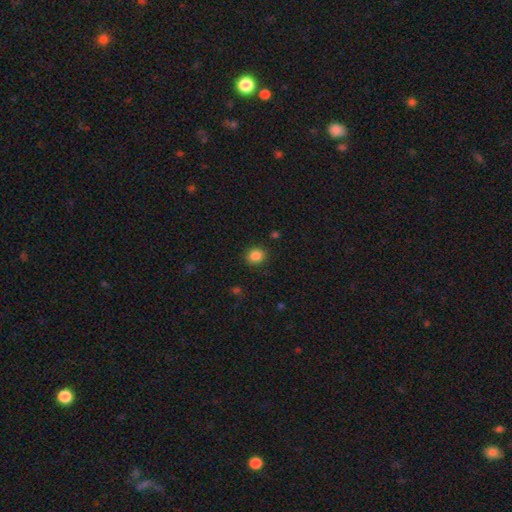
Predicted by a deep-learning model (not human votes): Smooth or featured? smooth (86%)
How rounded? round (78%)
Merging? none (88%)